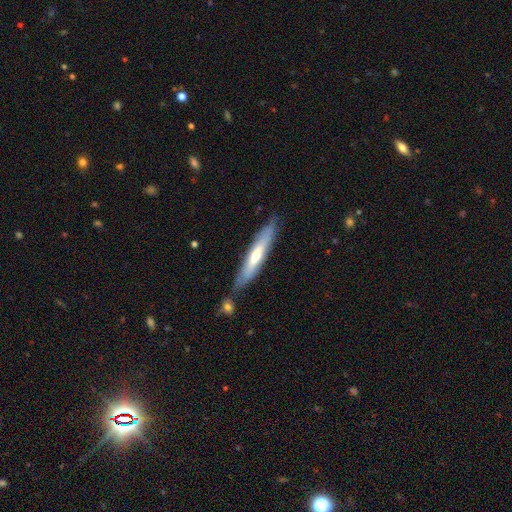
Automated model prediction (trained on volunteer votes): A featured or disk galaxy (50%). Merging: none (78%).